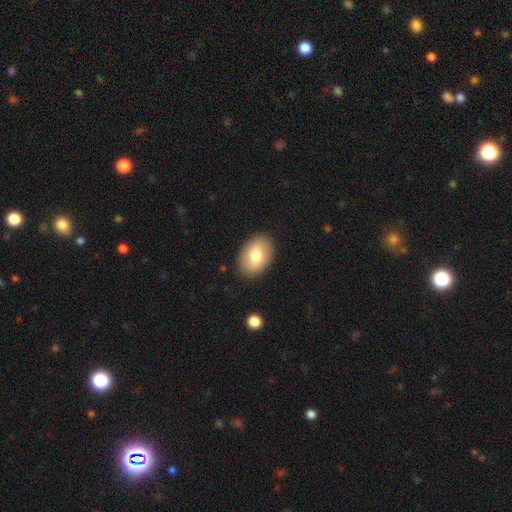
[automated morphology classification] Smooth or featured?
  - smooth: 69% *
  - featured or disk: 24%
  - star or artifact: 6%
How rounded?
  - in between: 86% *
  - round: 13%
  - cigar-shaped: 1%
Merging?
  - none: 88% *
  - minor disturbance: 9%
  - major disturbance: 2%
  - merger: 1%